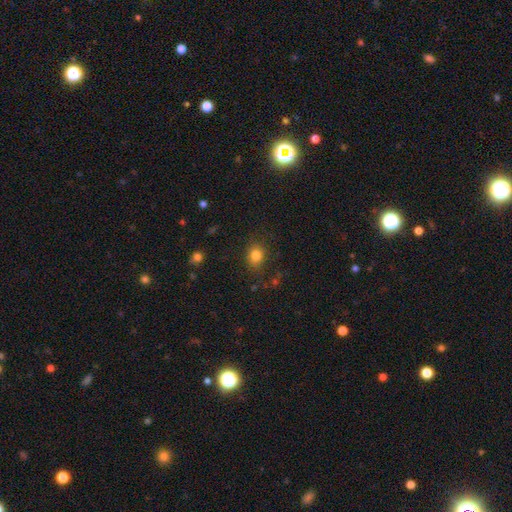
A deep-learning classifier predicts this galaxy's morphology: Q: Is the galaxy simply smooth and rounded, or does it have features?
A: smooth — 82%.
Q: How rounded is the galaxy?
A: round — 63%.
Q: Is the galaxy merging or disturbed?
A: none — 83%.